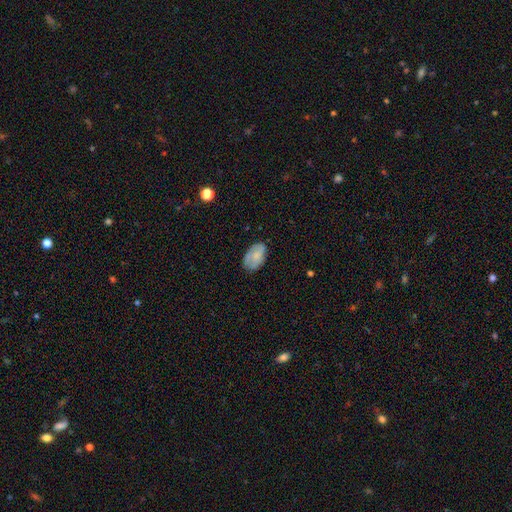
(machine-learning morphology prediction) A smooth galaxy with no disk features (69%) that is in between round and cigar-shaped (91%). Merging: none (72%).